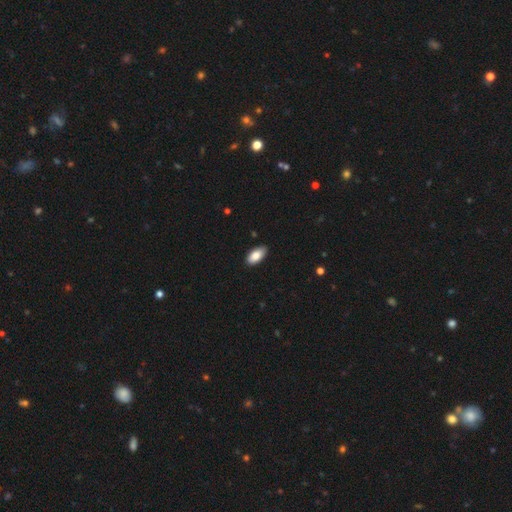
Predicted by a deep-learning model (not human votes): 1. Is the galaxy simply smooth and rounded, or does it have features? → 86% smooth, 8% featured or disk, 6% star or artifact.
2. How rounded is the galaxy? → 94% in between, 3% cigar-shaped, 2% round.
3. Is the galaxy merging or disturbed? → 88% none, 10% minor disturbance, 2% major disturbance, 1% merger.